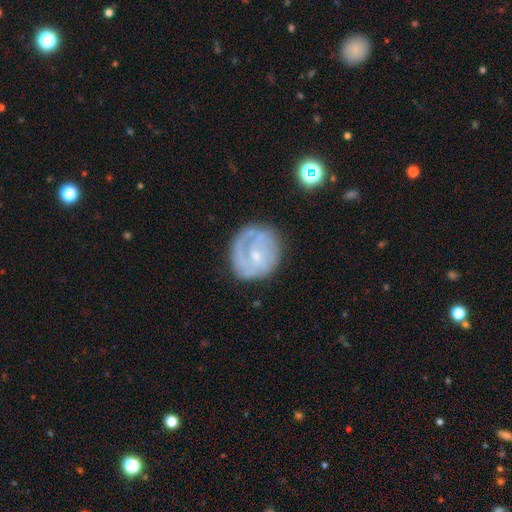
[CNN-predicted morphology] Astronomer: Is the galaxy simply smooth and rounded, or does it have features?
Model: featured or disk — 73%.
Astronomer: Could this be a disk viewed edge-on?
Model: no — 98%.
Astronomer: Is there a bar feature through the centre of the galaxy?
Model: no — 58% (runner-up: weak, 36%).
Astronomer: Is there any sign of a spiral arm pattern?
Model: yes — 86%.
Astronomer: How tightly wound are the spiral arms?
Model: tight — 52% (runner-up: medium, 34%).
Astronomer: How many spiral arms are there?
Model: can't tell — 35% (runner-up: 2, 28%).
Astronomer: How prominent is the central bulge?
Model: small — 74%.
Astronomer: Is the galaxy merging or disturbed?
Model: none — 69%.